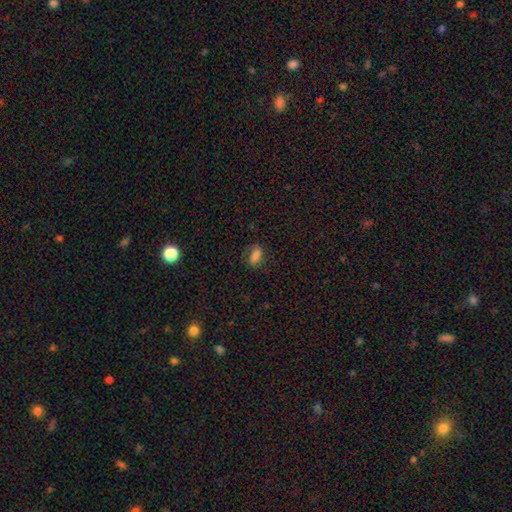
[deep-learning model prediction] Q: Smooth or featured?
A: smooth (74%); runner-up: featured or disk (13%)
Q: How rounded?
A: in between (83%); runner-up: cigar-shaped (9%)
Q: Merging?
A: none (69%); runner-up: minor disturbance (21%)